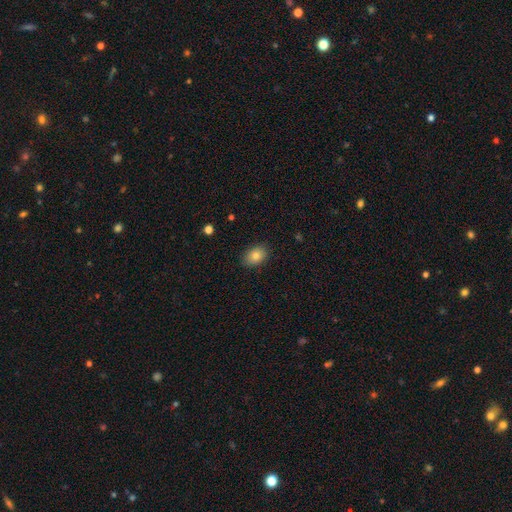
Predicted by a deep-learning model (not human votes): smooth 82%, featured or disk 9%, star or artifact 9%. Down the decision tree: how rounded — in between (78%); merging — none (87%).